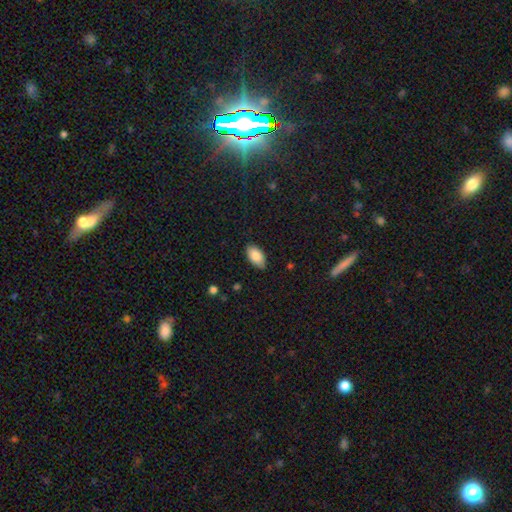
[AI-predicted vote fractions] The model was most divided on "merging": none: 83%, minor disturbance: 14%, major disturbance: 2%, merger: 1%. More confident: how rounded — in between (95%); smooth or featured — smooth (86%).